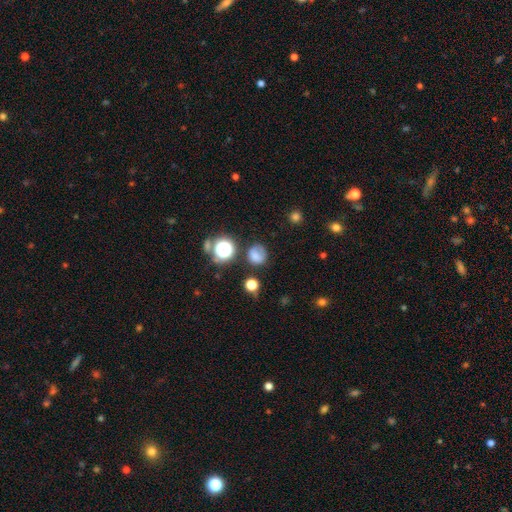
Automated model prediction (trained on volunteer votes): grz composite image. It shows a smooth galaxy with no disk features (69%) that is round (76%). Merging: none (64%).